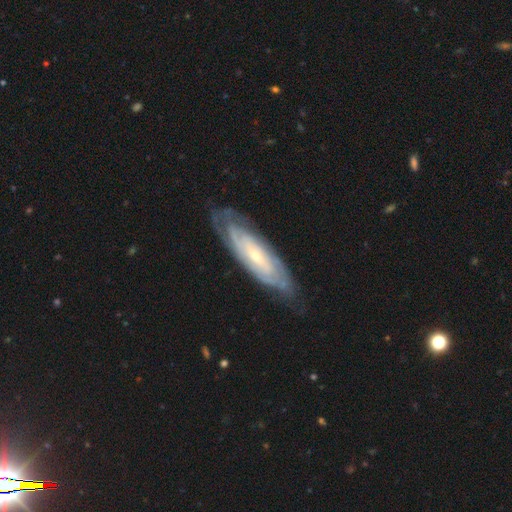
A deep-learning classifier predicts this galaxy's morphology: type=featured or disk (80%); edge-on=no (81%); bar=no (58%); spiral arms=yes (91%); winding=tight (74%); arm count=can't tell (57%); bulge=small (66%); merging=none (74%).